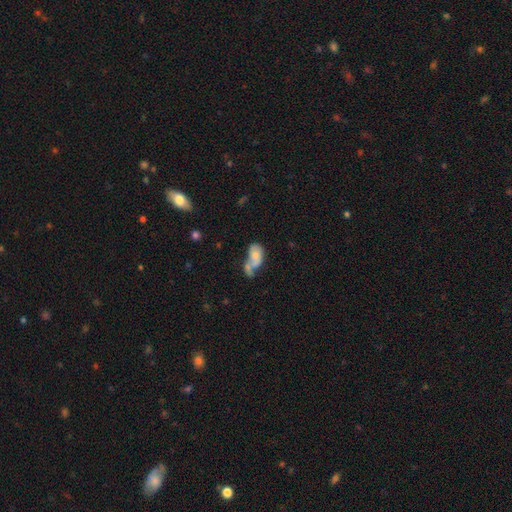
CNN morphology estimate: smooth 59%, featured or disk 32%, star or artifact 8%. Down the decision tree: how rounded — in between (88%); merging — merger (52%).